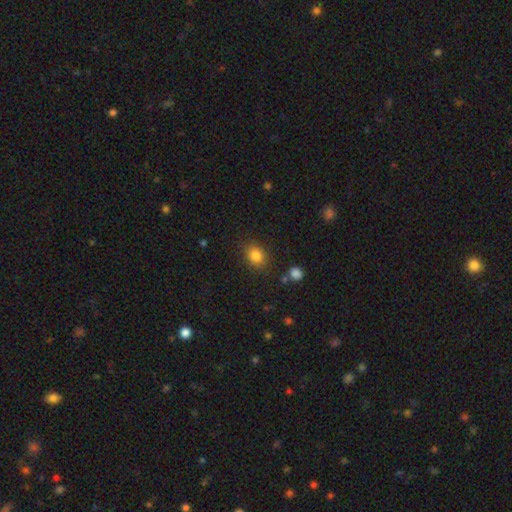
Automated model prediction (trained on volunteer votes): Smooth or featured: smooth — 84% (star or artifact — 11%)
How rounded: round — 56% (in between — 43%)
Merging: none — 84% (minor disturbance — 11%)